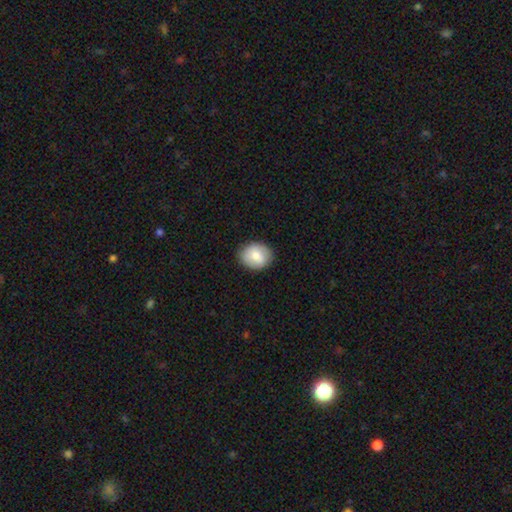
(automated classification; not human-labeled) The model was most divided on "how rounded": round: 58%, in between: 41%, cigar-shaped: 1%. More confident: merging — none (87%); smooth or featured — smooth (78%).